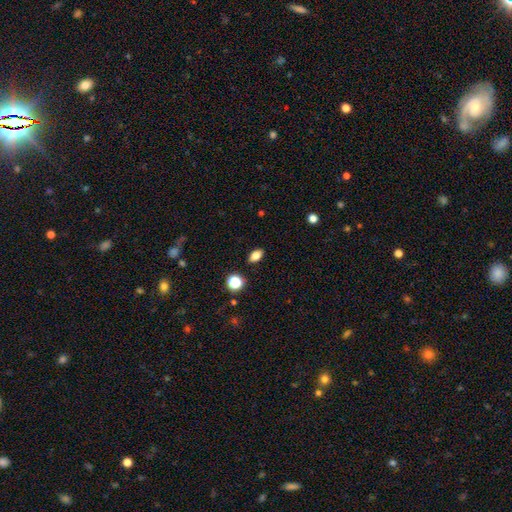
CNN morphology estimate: type=smooth (79%); roundness=in between (84%); merging=none (88%).